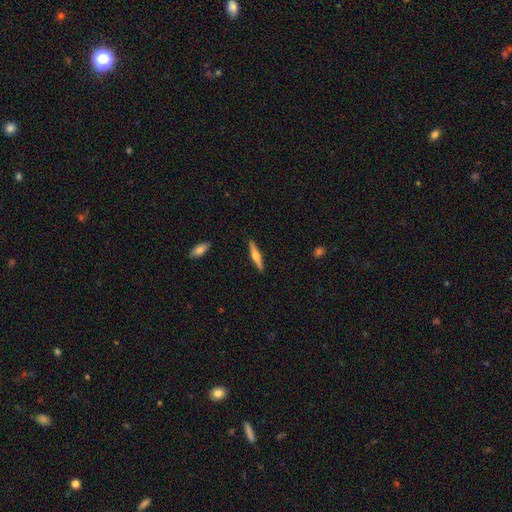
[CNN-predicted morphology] type=featured or disk (61%); edge-on=yes (98%); edge-on bulge=rounded (89%); merging=none (91%).